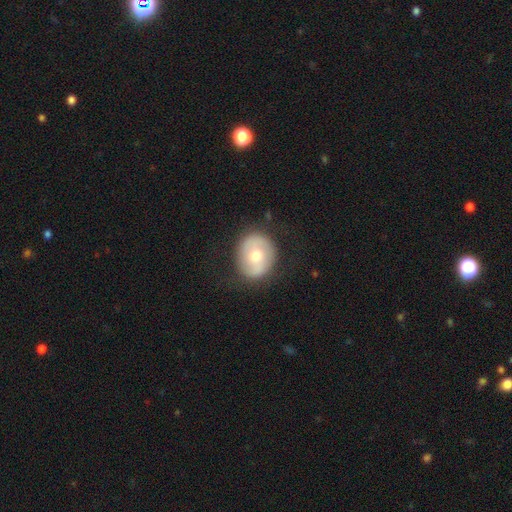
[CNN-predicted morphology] smooth 52%, featured or disk 41%, star or artifact 7%. Down the decision tree: how rounded — round (70%); merging — none (81%).